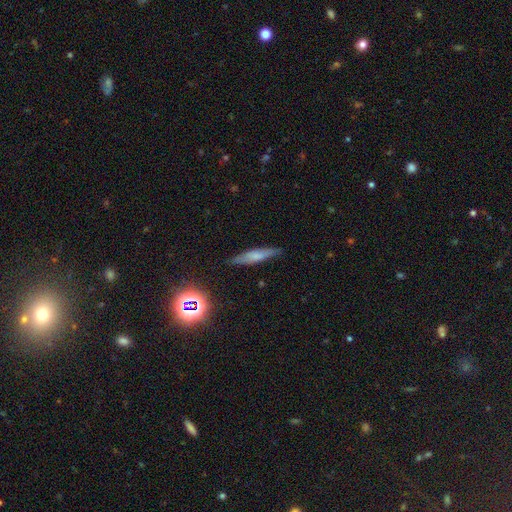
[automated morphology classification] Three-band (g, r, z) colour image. It shows a smooth galaxy with no disk features (56%) that is cigar-shaped (82%). Merging: none (83%).